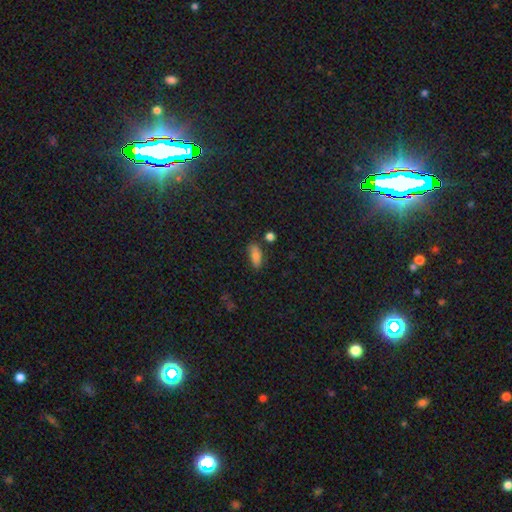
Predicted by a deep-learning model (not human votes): A smooth galaxy with no disk features (78%) that is in between round and cigar-shaped (82%).

Vote fractions:
- Smooth or featured? smooth: 78% / featured or disk: 11% / star or artifact: 10%
- How rounded? in between: 82% / cigar-shaped: 15% / round: 4%
- Merging? none: 75% / minor disturbance: 17% / merger: 5% / major disturbance: 4%